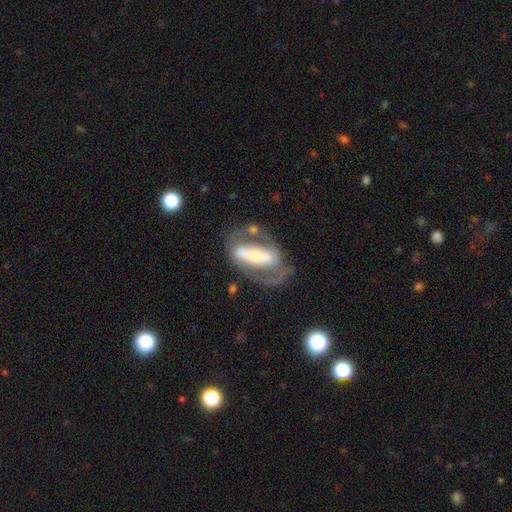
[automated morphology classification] type=featured or disk (75%); edge-on=no (87%); bar=strong (64%); spiral arms=yes (56%); bulge=moderate (47%); merging=none (50%).